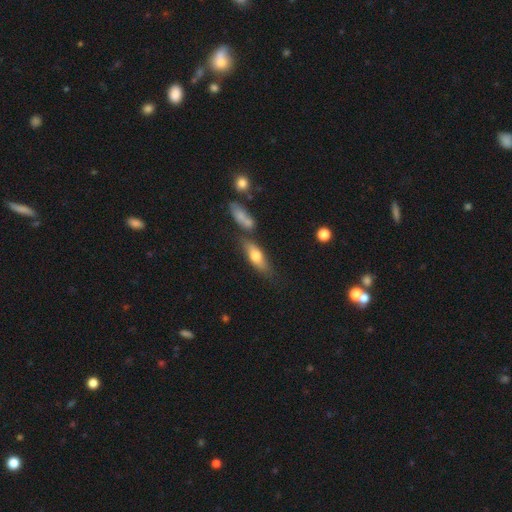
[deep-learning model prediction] Morphology: type=smooth (64%); roundness=in between (56%); merging=none (64%).